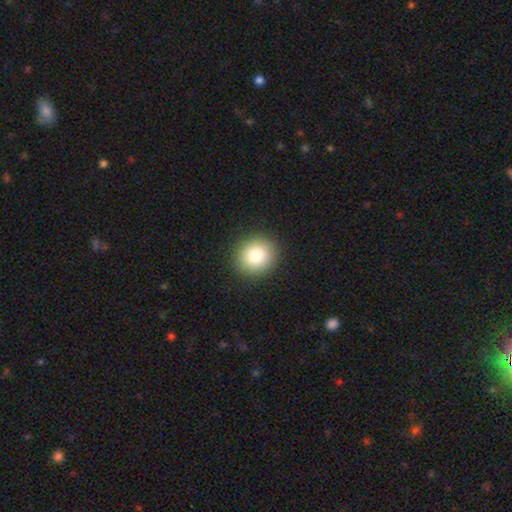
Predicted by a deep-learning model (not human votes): A smooth galaxy with no disk features (81%) that is round (87%).

Vote fractions:
- Smooth or featured? smooth: 81% / star or artifact: 10% / featured or disk: 9%
- How rounded? round: 87% / in between: 12% / cigar-shaped: 1%
- Merging? none: 92% / minor disturbance: 5% / major disturbance: 2% / merger: 1%